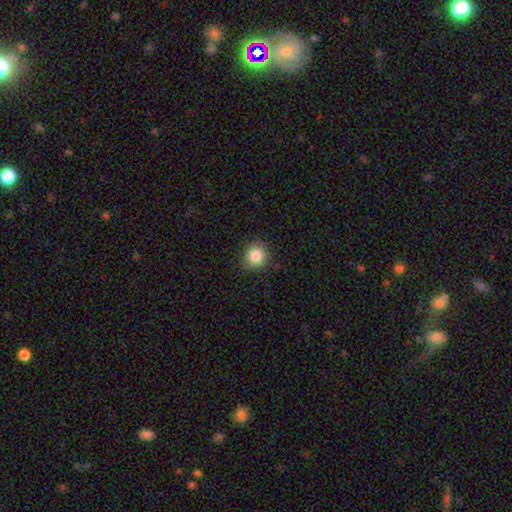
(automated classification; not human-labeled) Overall: smooth (85%). How rounded: round (85%). Merging: none (87%).